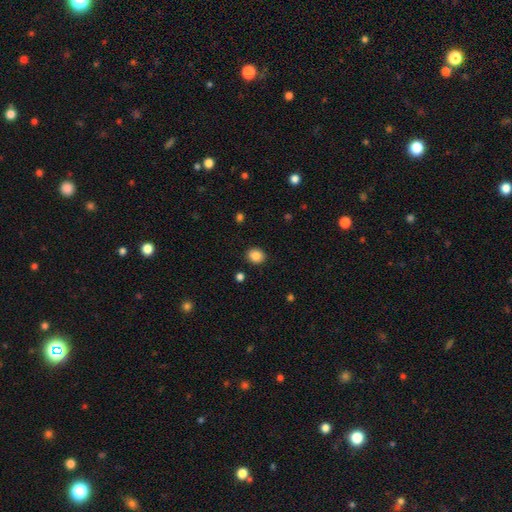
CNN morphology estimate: The model was most divided on "how rounded": round: 71%, in between: 28%, cigar-shaped: 1%. More confident: merging — none (89%); smooth or featured — smooth (87%).